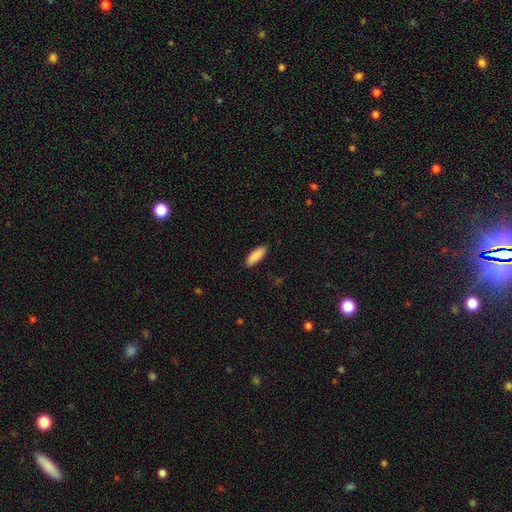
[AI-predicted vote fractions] smooth-or-featured: smooth: 89% | star or artifact: 6% | featured or disk: 5%
  how-rounded: in between: 64% | cigar-shaped: 34% | round: 2%
  merging: none: 89% | minor disturbance: 8% | major disturbance: 2% | merger: 1%